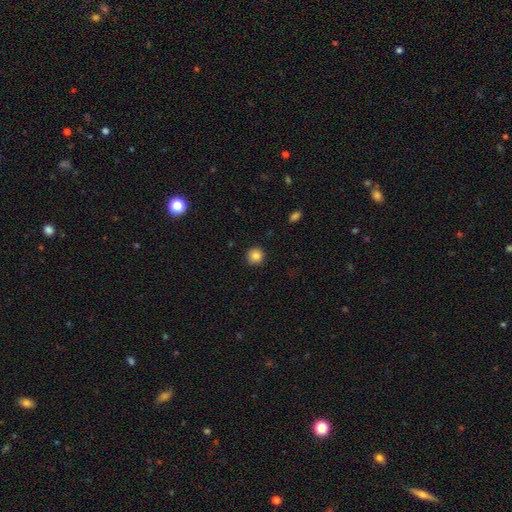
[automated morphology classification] A smooth galaxy with no disk features (85%) that is round (93%). Merging: none (91%).